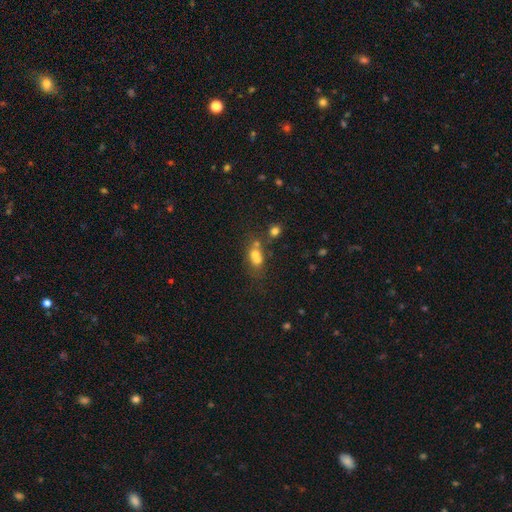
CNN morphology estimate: Smooth or featured? Predicted: smooth (p=0.59). How rounded? Predicted: in between (p=0.50). Merging? Predicted: merger (p=0.47).